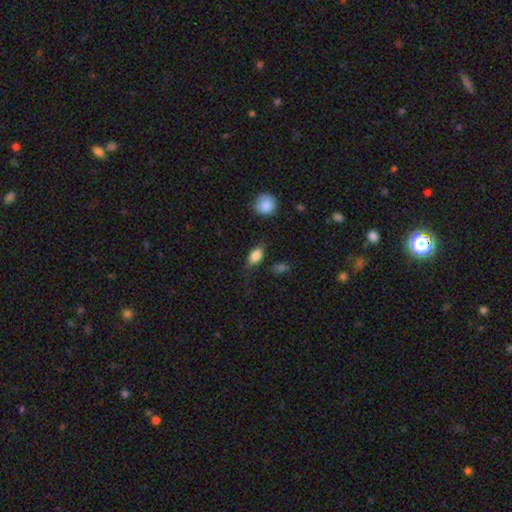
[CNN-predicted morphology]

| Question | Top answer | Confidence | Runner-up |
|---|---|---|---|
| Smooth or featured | smooth | 85% | star or artifact (8%) |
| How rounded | in between | 85% | round (11%) |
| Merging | none | 73% | minor disturbance (19%) |